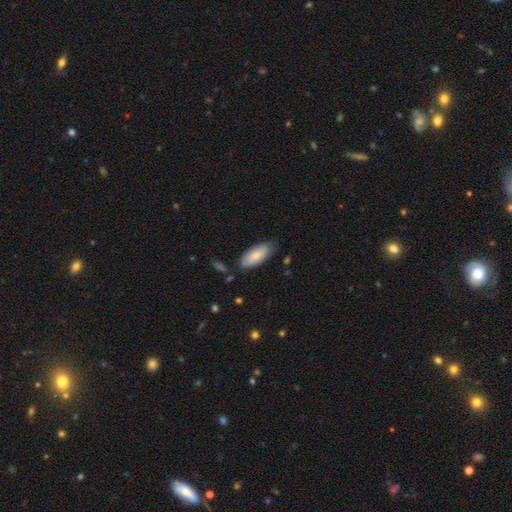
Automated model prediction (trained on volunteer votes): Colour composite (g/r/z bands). It shows a smooth galaxy with no disk features (79%) that is in between round and cigar-shaped (85%). Merging: none (78%).